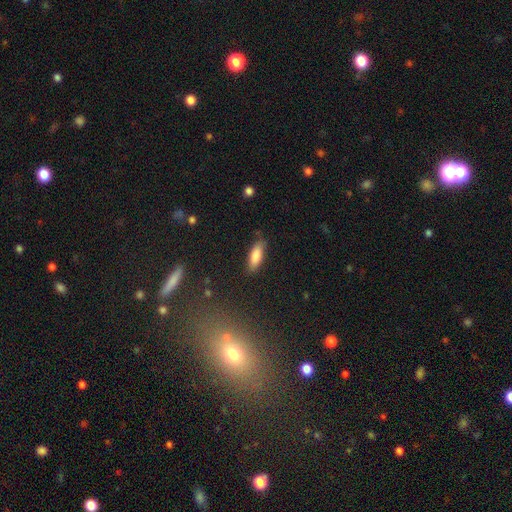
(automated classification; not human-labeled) Smooth or featured: smooth — 83% (featured or disk — 11%)
How rounded: in between — 64% (cigar-shaped — 34%)
Merging: none — 81% (minor disturbance — 15%)